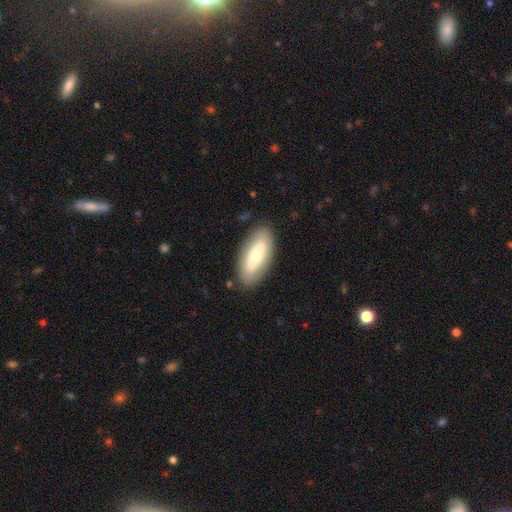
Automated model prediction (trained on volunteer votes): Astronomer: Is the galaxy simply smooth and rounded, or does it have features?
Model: smooth — 62%.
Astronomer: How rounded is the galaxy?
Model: in between — 84%.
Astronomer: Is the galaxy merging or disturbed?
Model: none — 84%.